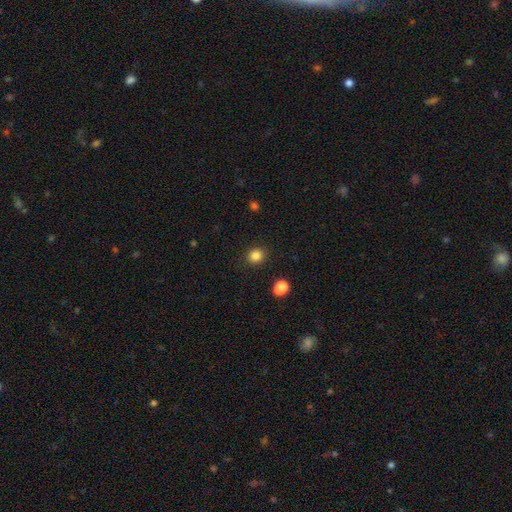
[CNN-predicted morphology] A smooth galaxy with no disk features (84%) that is round (78%).

Vote fractions:
- Smooth or featured? smooth: 84% / star or artifact: 12% / featured or disk: 4%
- How rounded? round: 78% / in between: 22% / cigar-shaped: 1%
- Merging? none: 89% / minor disturbance: 7% / major disturbance: 2% / merger: 2%